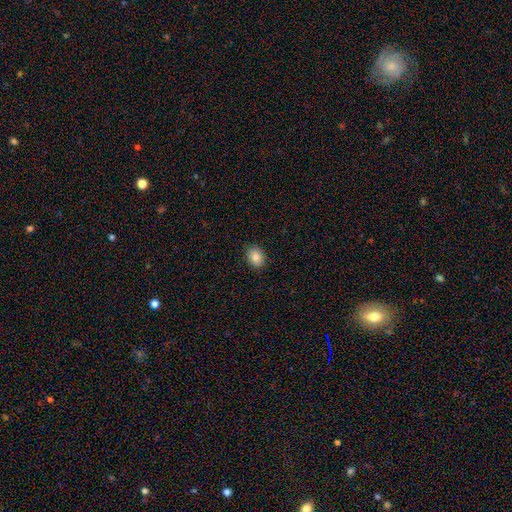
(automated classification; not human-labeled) Smooth or featured? Predicted: smooth (p=0.85). How rounded? Predicted: in between (p=0.68). Merging? Predicted: none (p=0.90).